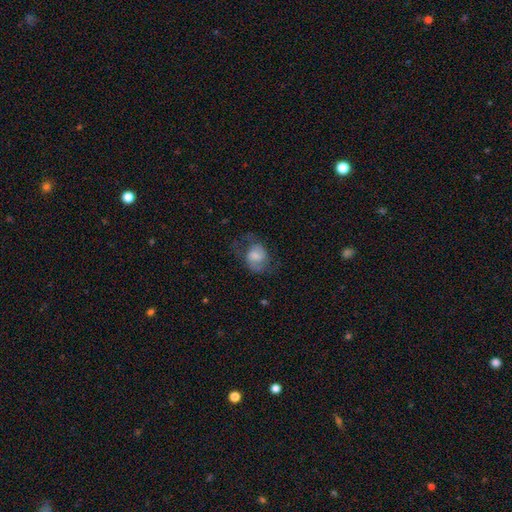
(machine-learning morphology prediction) The model was most divided on "smooth or featured" (2-way tie): smooth: 46%, featured or disk: 46%, star or artifact: 8%. Remaining: merging — none (50%).